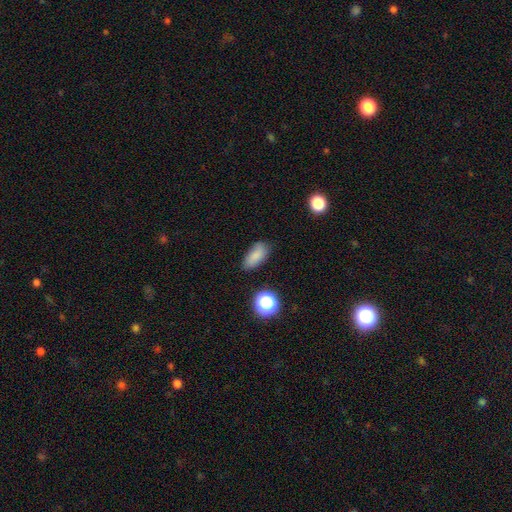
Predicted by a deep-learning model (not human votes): This appears to be a smooth galaxy with no disk features (80%) that is in between round and cigar-shaped (86%). Merging: none (72%).